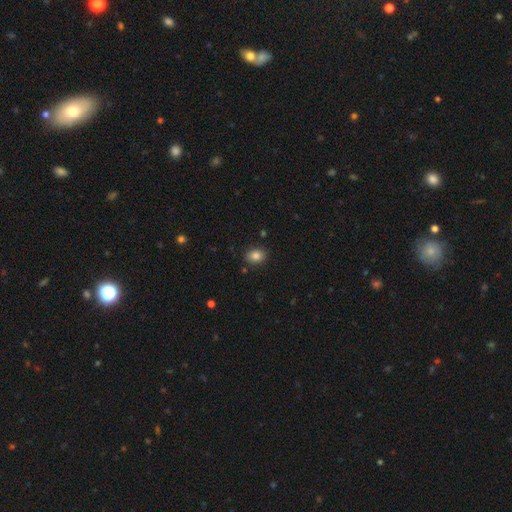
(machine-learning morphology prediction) Q: Smooth or featured?
A: smooth (84%); runner-up: star or artifact (10%)
Q: How rounded?
A: in between (59%); runner-up: round (41%)
Q: Merging?
A: none (88%); runner-up: minor disturbance (9%)